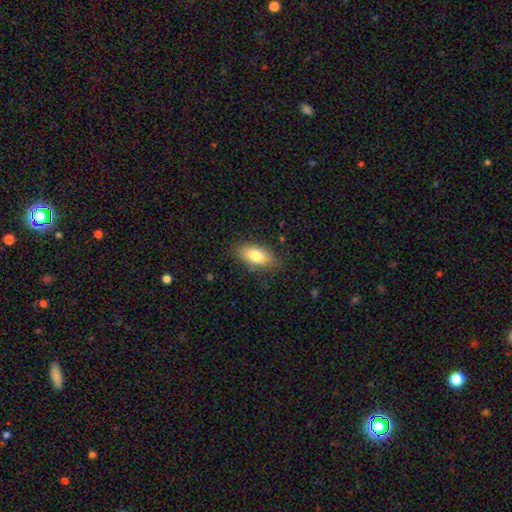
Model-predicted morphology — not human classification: A smooth galaxy with no disk features (79%) that is in between round and cigar-shaped (88%). Merging: none (83%).